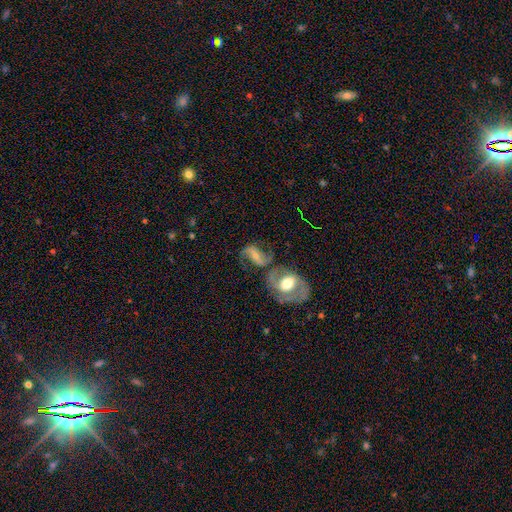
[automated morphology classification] This is clearly a featured or disk galaxy (81%). It is clearly not viewed edge-on (96%). Bar: marginally strong (43%). Spiral arm pattern: clearly yes (94%). Spiral arm count: clearly 2 (89%). Spiral winding: possibly loose (50%). Central bulge: possibly moderate (46%). Merging: marginally none (44%).